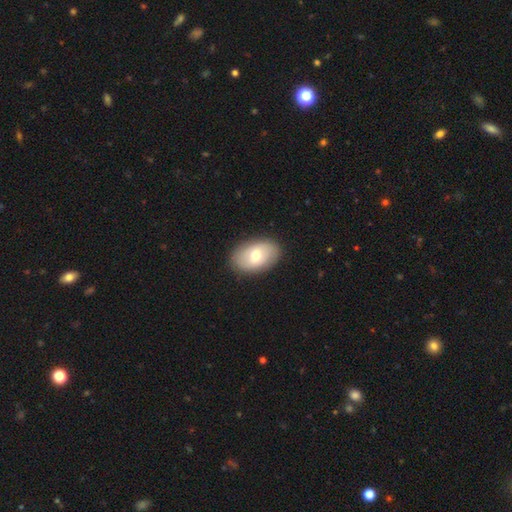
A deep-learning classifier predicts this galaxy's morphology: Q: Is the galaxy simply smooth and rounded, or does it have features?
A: smooth — 68%.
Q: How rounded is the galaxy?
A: in between — 89%.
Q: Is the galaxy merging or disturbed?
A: none — 88%.